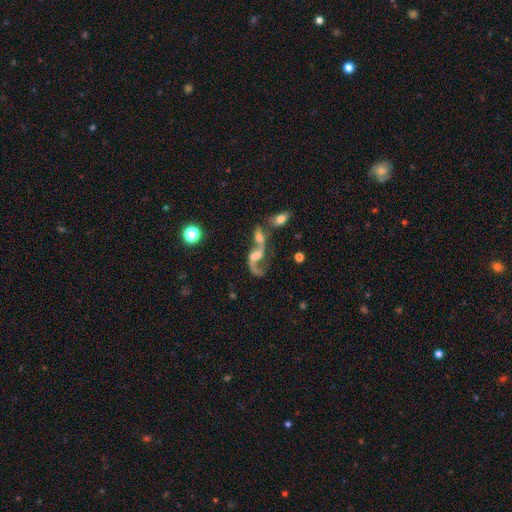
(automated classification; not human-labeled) featured or disk 80%, smooth 11%, star or artifact 9%. Down the decision tree: edge-on disk — no (95%); bar — no (49%); spiral arms — yes (88%); spiral arm count — 2 (80%); spiral winding — loose (89%); bulge size — small (32%); merging — merger (50%).